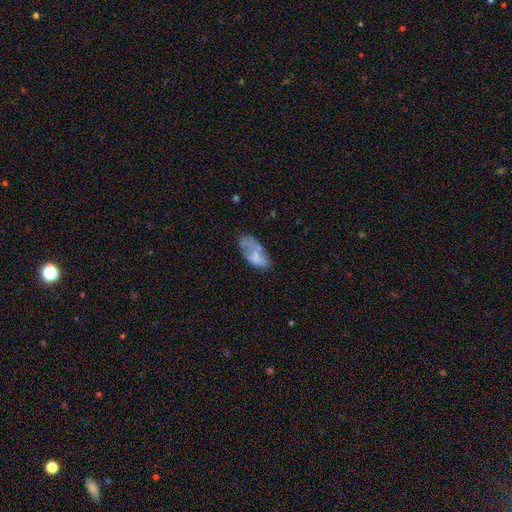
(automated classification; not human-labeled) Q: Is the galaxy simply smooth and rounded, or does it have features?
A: smooth — 62%.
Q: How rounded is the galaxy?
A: in between — 92%.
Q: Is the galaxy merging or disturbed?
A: none — 42%.